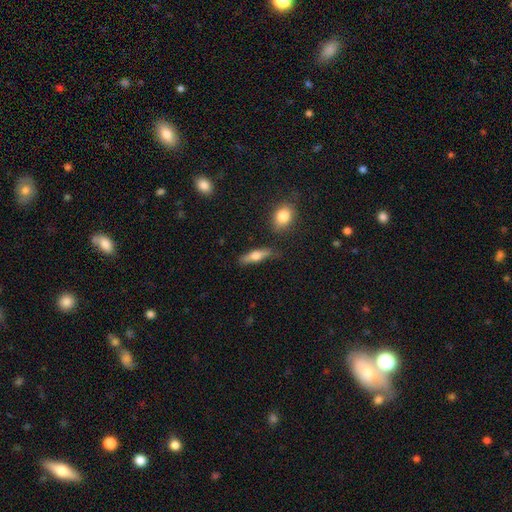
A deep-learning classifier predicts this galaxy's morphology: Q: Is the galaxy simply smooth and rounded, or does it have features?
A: smooth — 59%.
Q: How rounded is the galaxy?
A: cigar-shaped — 60%.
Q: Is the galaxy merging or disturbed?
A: none — 77%.